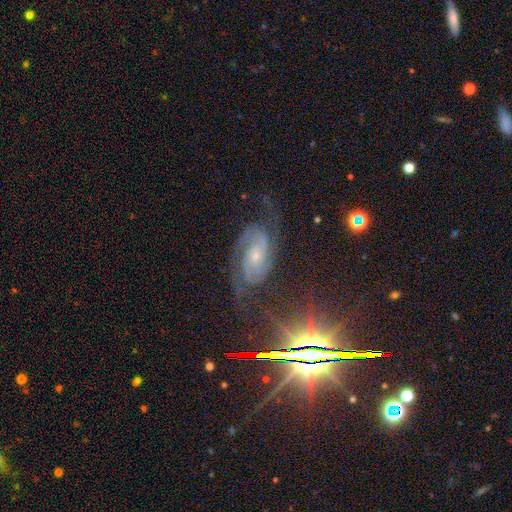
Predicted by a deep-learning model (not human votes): featured or disk 79%, star or artifact 14%, smooth 8%. Down the decision tree: edge-on disk — no (95%); bar — no (60%); spiral arms — yes (97%); spiral arm count — 2 (56%); spiral winding — tight (49%); bulge size — small (71%); merging — none (67%).